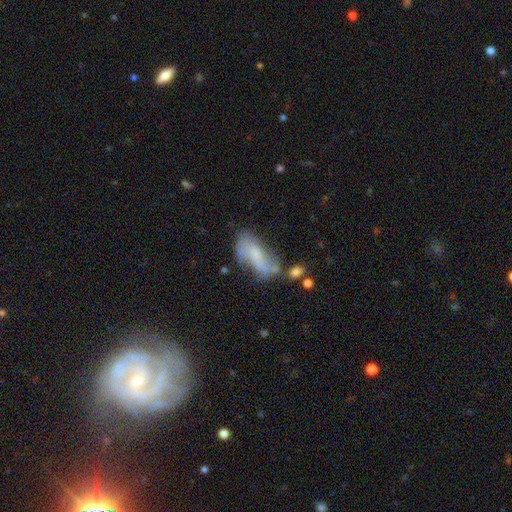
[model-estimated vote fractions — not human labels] Smooth or featured? Predicted: smooth (p=0.46). Merging? Predicted: none (p=0.36).